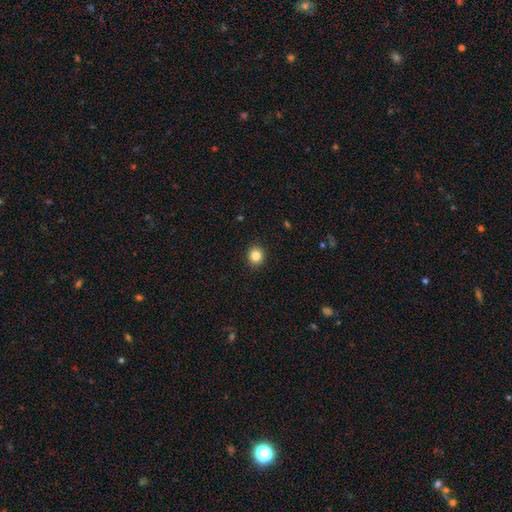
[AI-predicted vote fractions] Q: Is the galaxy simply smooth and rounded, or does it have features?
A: smooth — 84%.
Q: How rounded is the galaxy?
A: round — 89%.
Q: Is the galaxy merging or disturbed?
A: none — 92%.